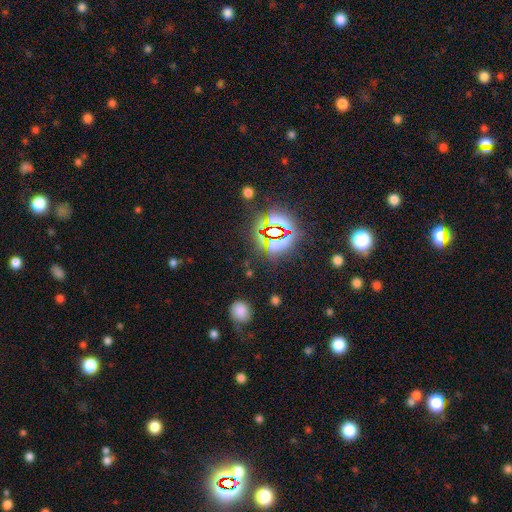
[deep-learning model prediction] star or artifact 74%, smooth 16%, featured or disk 10%.